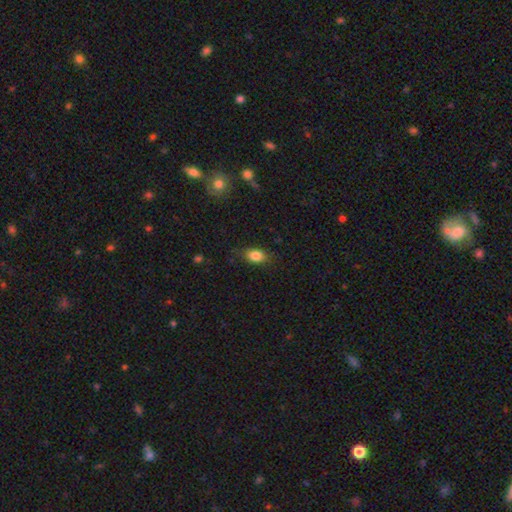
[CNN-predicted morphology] This appears to be a smooth galaxy with no disk features (83%) that is in between round and cigar-shaped (79%). Merging: none (79%).